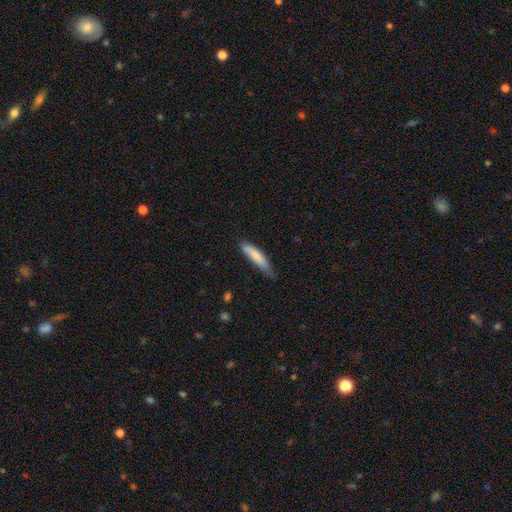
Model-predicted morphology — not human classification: smooth_or_featured: smooth (p=0.77) [alt: featured or disk p=0.17]
how_rounded: cigar-shaped (p=0.81) [alt: in between p=0.18]
merging: none (p=0.61) [alt: minor disturbance p=0.31]